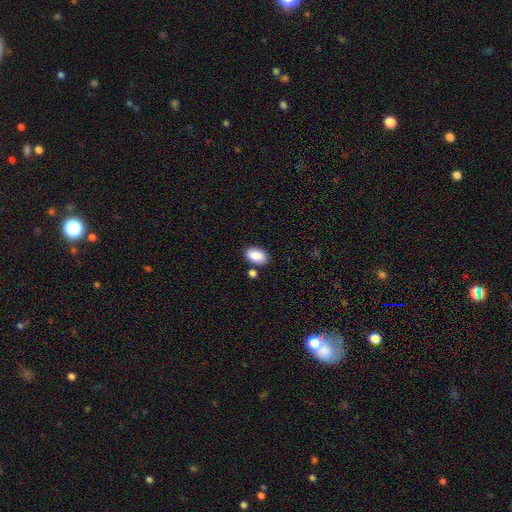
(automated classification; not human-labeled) The model was most divided on "merging": none: 78%, minor disturbance: 12%, merger: 7%, major disturbance: 3%. More confident: how rounded — in between (90%); smooth or featured — smooth (89%).